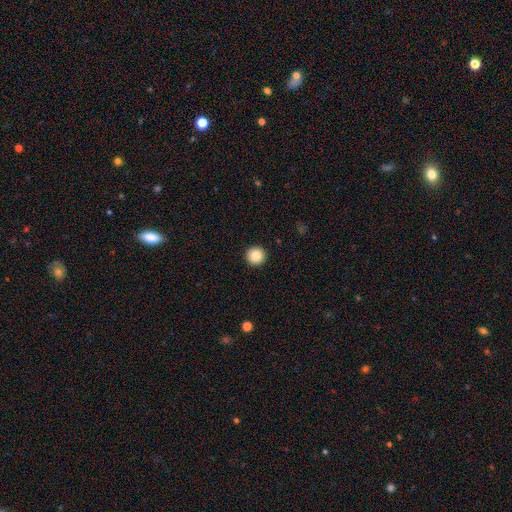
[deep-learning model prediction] smooth_or_featured: smooth (p=0.85) [alt: star or artifact p=0.09]
how_rounded: round (p=0.96) [alt: in between p=0.03]
merging: none (p=0.93) [alt: minor disturbance p=0.04]